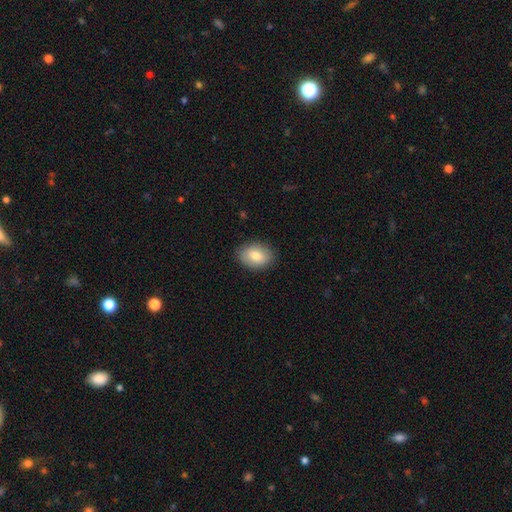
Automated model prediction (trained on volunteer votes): Smooth or featured? Predicted: smooth (p=0.81). How rounded? Predicted: in between (p=0.78). Merging? Predicted: none (p=0.88).